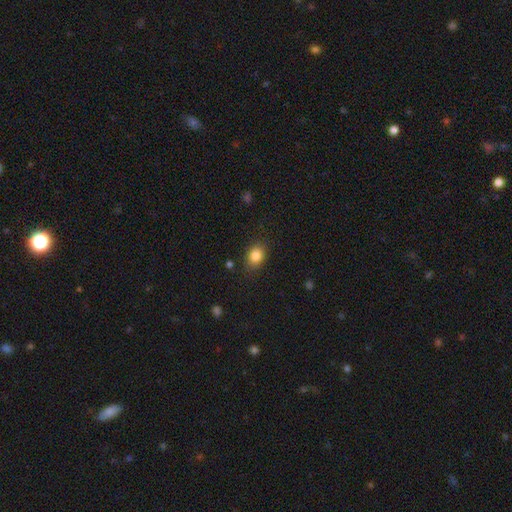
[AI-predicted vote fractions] The model was most divided on "how rounded": in between: 59%, round: 40%, cigar-shaped: 1%. More confident: smooth or featured — smooth (84%); merging — none (83%).